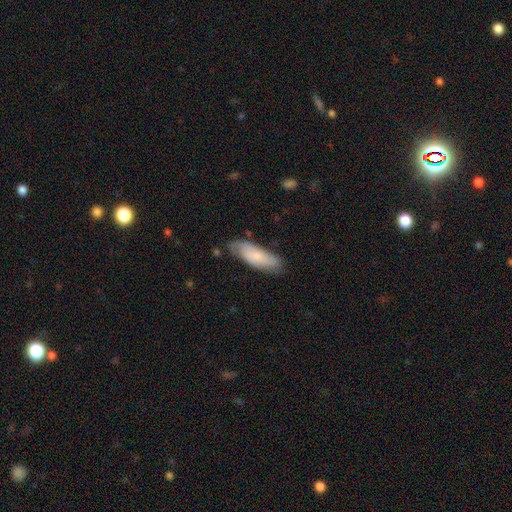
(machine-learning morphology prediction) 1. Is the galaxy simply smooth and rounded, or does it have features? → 68% smooth, 25% featured or disk, 6% star or artifact.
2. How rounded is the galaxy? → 60% in between, 38% cigar-shaped, 2% round.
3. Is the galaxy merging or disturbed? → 68% none, 25% minor disturbance, 5% major disturbance, 2% merger.